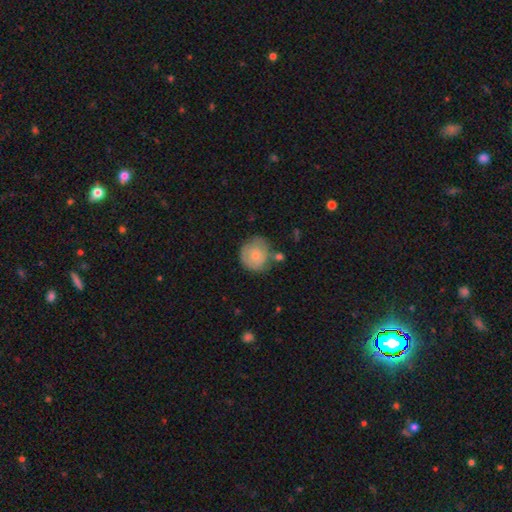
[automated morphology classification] smooth 68%, featured or disk 25%, star or artifact 6%. Down the decision tree: how rounded — round (84%); merging — none (59%).